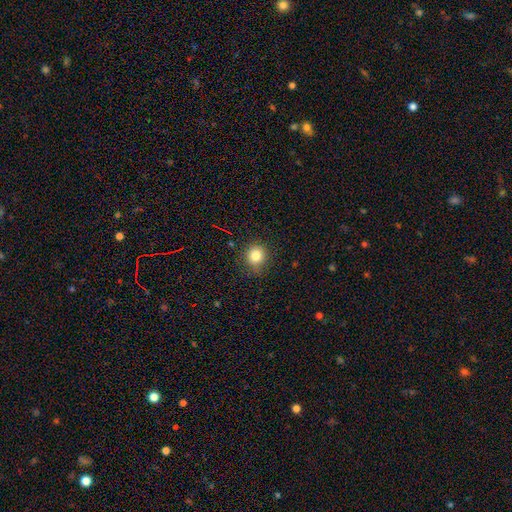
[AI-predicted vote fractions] Q: Smooth or featured?
A: smooth (82%); runner-up: star or artifact (12%)
Q: How rounded?
A: round (88%); runner-up: in between (11%)
Q: Merging?
A: none (86%); runner-up: minor disturbance (10%)